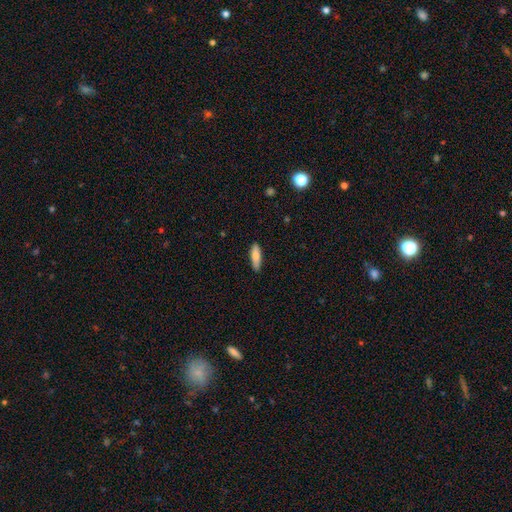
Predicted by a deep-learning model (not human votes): smooth-or-featured: smooth: 80% | featured or disk: 14% | star or artifact: 6%
  how-rounded: cigar-shaped: 53% | in between: 45% | round: 2%
  merging: none: 86% | minor disturbance: 11% | major disturbance: 2% | merger: 1%